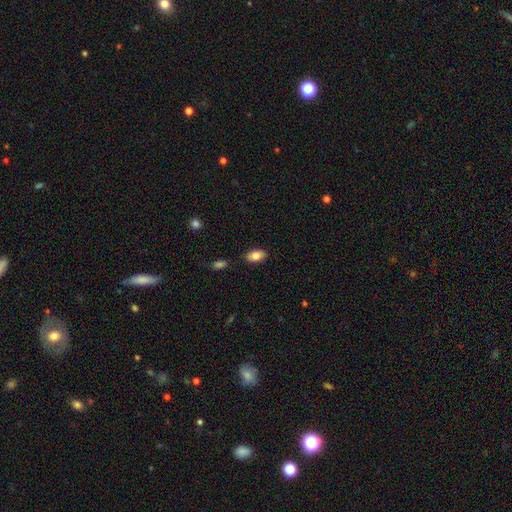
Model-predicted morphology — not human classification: smooth-or-featured: smooth: 82% | featured or disk: 11% | star or artifact: 7%
  how-rounded: in between: 92% | cigar-shaped: 5% | round: 3%
  merging: none: 86% | minor disturbance: 10% | major disturbance: 2% | merger: 2%